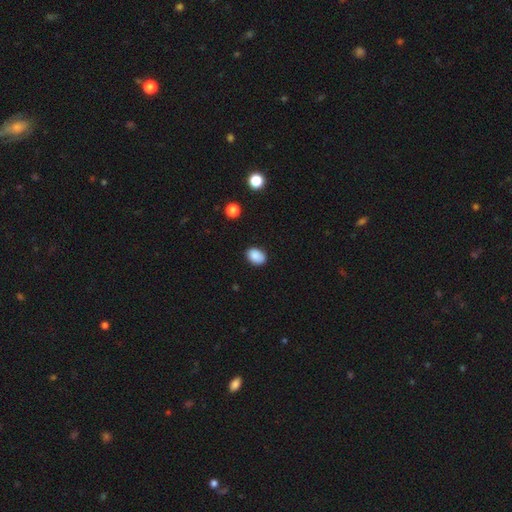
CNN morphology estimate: This appears to be a smooth galaxy with no disk features (88%) that is in between round and cigar-shaped (79%). Merging: none (85%).